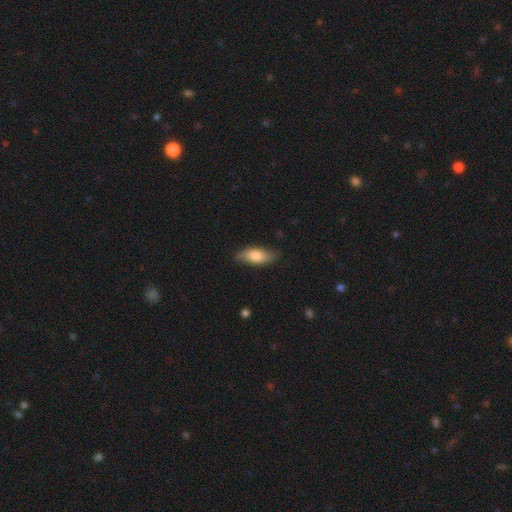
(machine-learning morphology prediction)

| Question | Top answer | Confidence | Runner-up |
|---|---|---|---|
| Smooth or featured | smooth | 77% | featured or disk (17%) |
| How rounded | in between | 78% | cigar-shaped (20%) |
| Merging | none | 78% | minor disturbance (17%) |